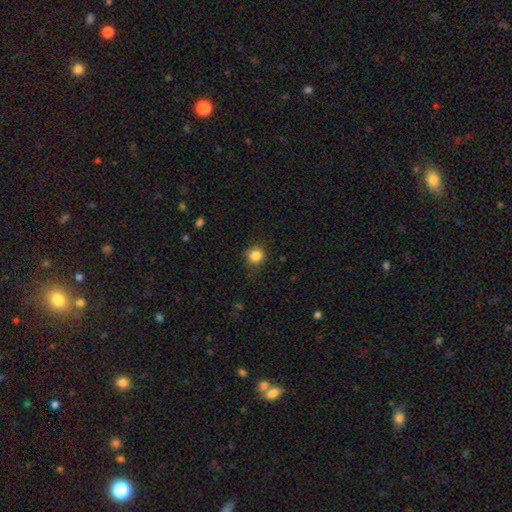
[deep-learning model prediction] Q: Smooth or featured?
A: smooth (84%); runner-up: star or artifact (11%)
Q: How rounded?
A: round (89%); runner-up: in between (10%)
Q: Merging?
A: none (81%); runner-up: minor disturbance (14%)